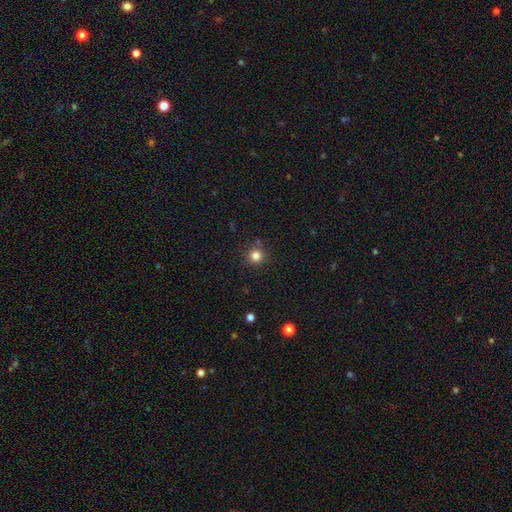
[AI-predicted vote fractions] Morphology: type=smooth (82%); roundness=round (95%); merging=none (87%).